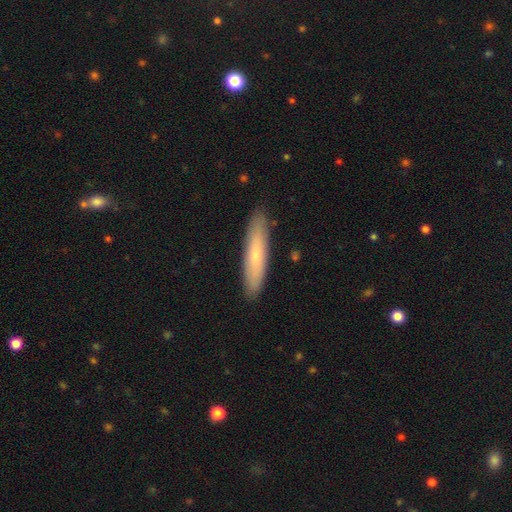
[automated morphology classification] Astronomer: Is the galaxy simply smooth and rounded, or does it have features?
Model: smooth — 70%.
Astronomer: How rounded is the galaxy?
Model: cigar-shaped — 87%.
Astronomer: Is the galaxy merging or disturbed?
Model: none — 89%.